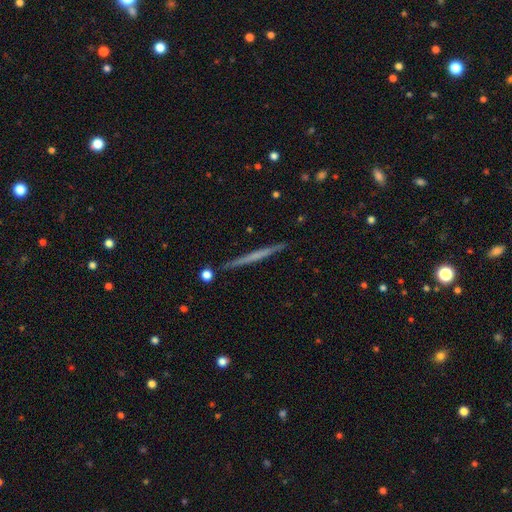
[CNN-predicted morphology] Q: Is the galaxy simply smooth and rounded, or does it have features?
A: featured or disk — 58%.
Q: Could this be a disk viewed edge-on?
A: yes — 98%.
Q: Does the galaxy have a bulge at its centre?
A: none — 85%.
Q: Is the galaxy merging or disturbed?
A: none — 91%.